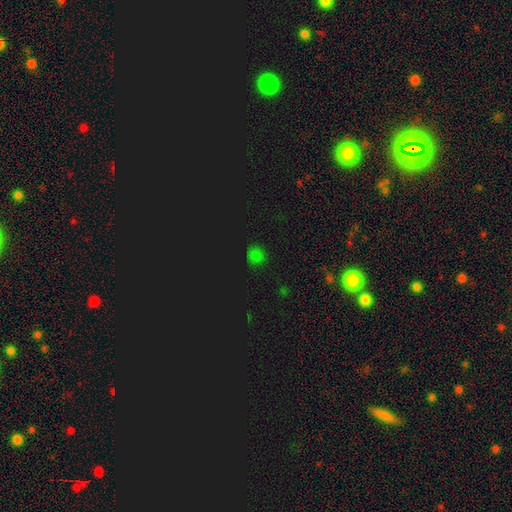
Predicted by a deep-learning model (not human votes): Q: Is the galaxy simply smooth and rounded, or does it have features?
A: smooth — 59%.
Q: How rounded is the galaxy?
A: round — 86%.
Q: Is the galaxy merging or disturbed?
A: none — 87%.